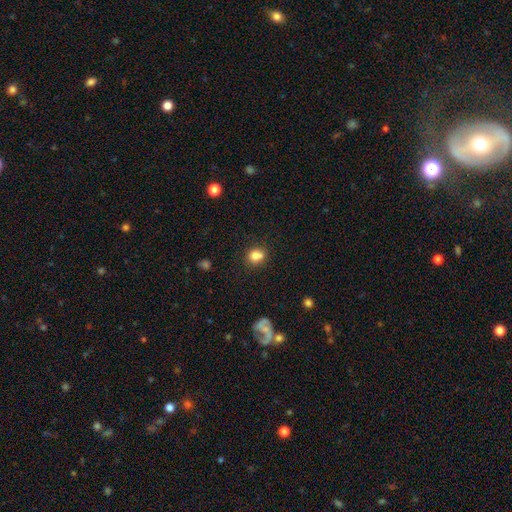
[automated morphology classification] smooth_or_featured: smooth (p=0.79) [alt: star or artifact p=0.11]
how_rounded: round (p=0.71) [alt: in between p=0.28]
merging: none (p=0.55) [alt: merger p=0.26]